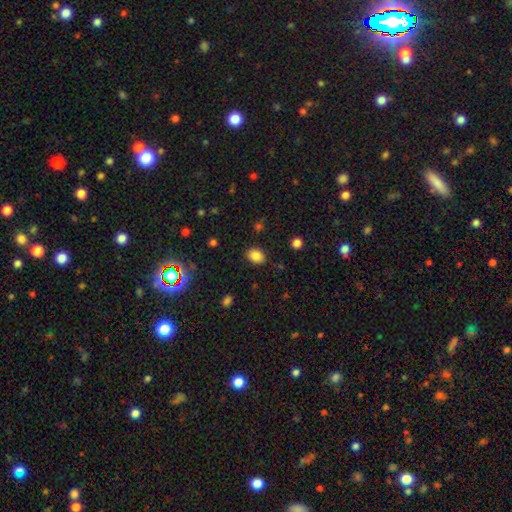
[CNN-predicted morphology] Smooth or featured: smooth — 85% (star or artifact — 10%)
How rounded: in between — 66% (round — 33%)
Merging: none — 86% (minor disturbance — 10%)